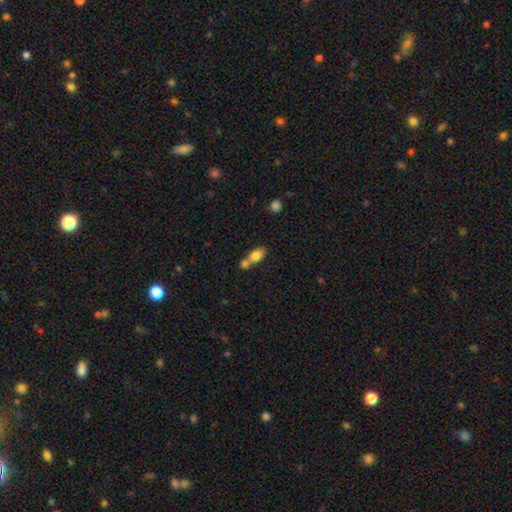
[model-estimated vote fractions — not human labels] Overall: smooth (80%). How rounded: in between (85%). Merging: merger (51%; none 36%).